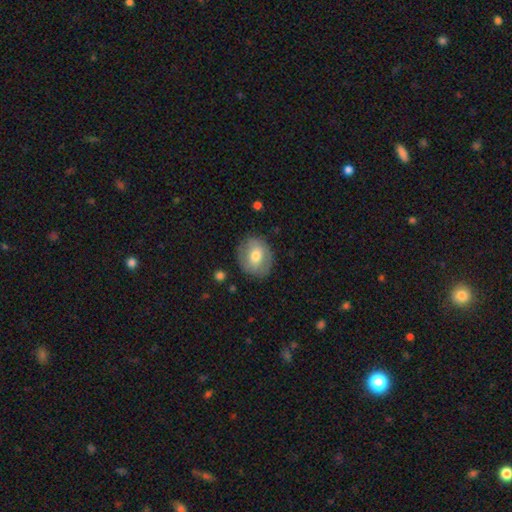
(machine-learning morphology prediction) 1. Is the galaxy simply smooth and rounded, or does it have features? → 60% smooth, 32% featured or disk, 7% star or artifact.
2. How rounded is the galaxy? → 61% round, 38% in between, 1% cigar-shaped.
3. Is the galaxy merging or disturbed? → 81% none, 14% minor disturbance, 4% major disturbance, 1% merger.